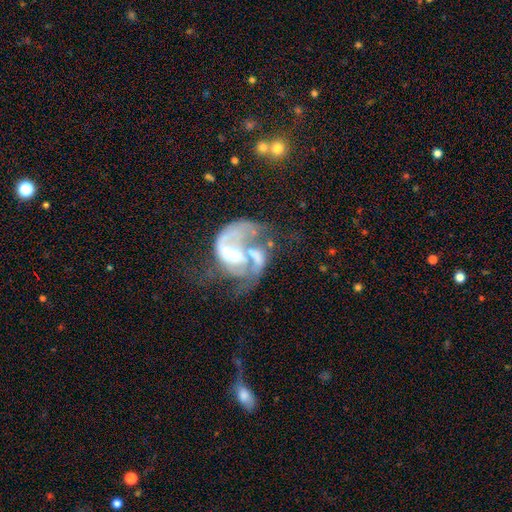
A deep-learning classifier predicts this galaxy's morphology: This appears to be a featured or disk galaxy (77%) with no bar (45%), 1 (49%) loose (44%) spiral arms (75%) and a moderate central bulge (56%). Merging: merger (40%).